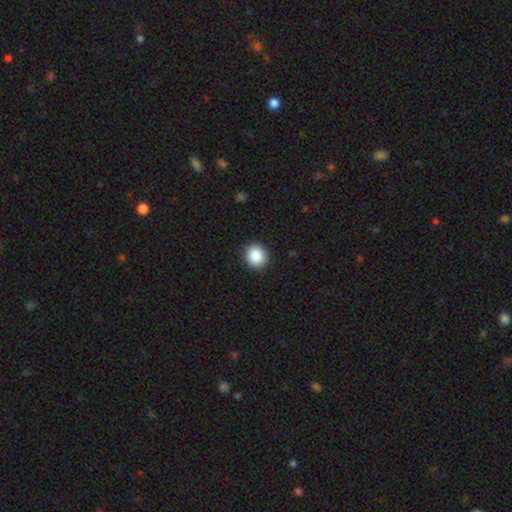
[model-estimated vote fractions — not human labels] This is clearly a smooth galaxy (88%). How rounded: clearly round (89%). Merging: clearly none (92%).